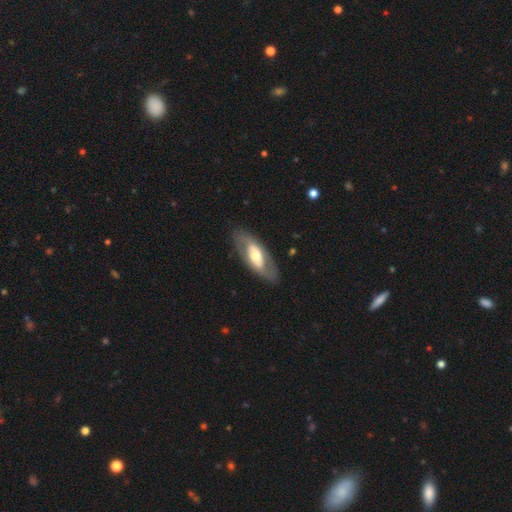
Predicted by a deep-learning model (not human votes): featured or disk 60%, smooth 35%, star or artifact 5%. Down the decision tree: edge-on disk — no (83%); bar — no (47%); spiral arms — no (61%); bulge size — moderate (63%); merging — none (81%).